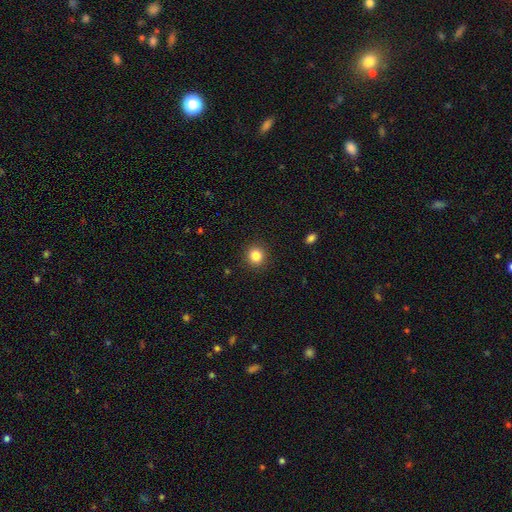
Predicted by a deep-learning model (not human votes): Smooth or featured: smooth — 84% (star or artifact — 11%)
How rounded: round — 91% (in between — 8%)
Merging: none — 91% (minor disturbance — 6%)